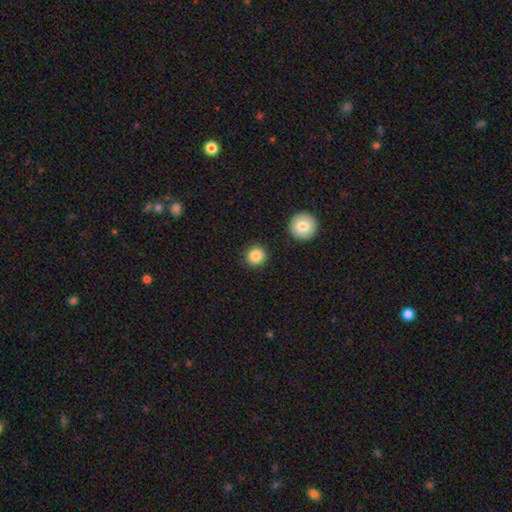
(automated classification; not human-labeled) Q: Smooth or featured?
A: smooth (86%); runner-up: star or artifact (10%)
Q: How rounded?
A: round (94%); runner-up: in between (5%)
Q: Merging?
A: none (89%); runner-up: minor disturbance (6%)